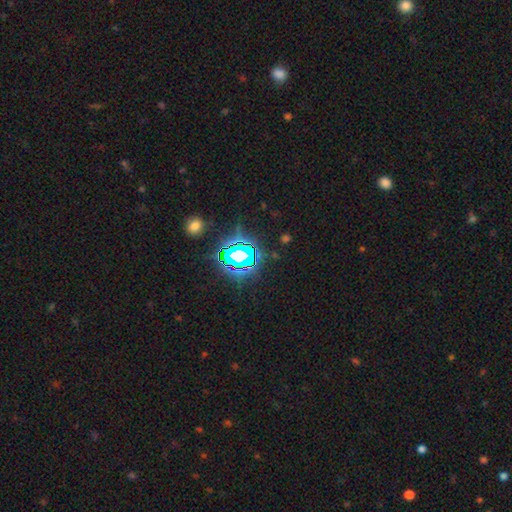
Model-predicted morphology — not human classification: A star or artifact, not a galaxy (78%).